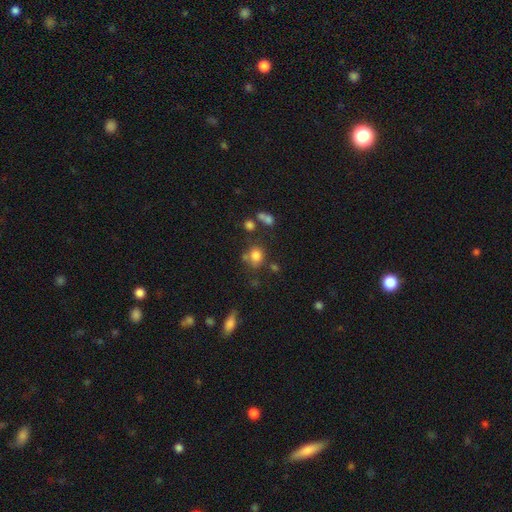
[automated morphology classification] A smooth galaxy with no disk features (78%) that is round (67%). Merging: none (62%).